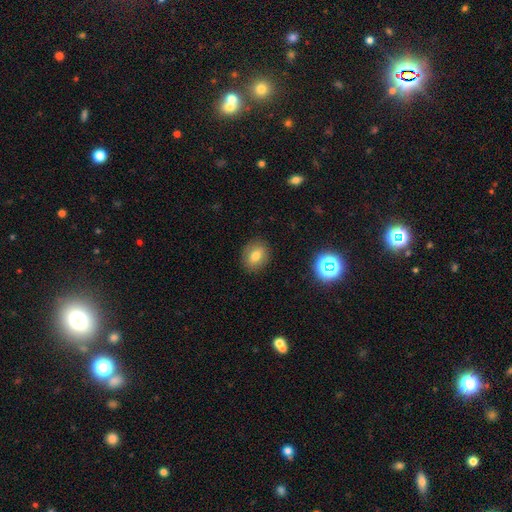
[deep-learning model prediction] smooth-or-featured: smooth: 74% | featured or disk: 13% | star or artifact: 13%
  how-rounded: round: 58% | in between: 40% | cigar-shaped: 1%
  merging: none: 88% | minor disturbance: 9% | major disturbance: 3% | merger: 1%